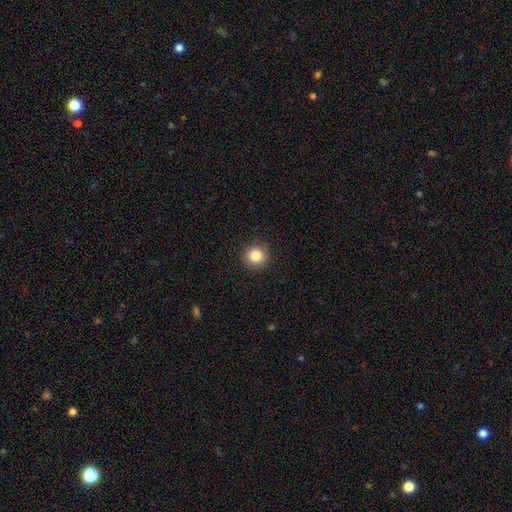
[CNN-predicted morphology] type=smooth (85%); roundness=round (92%); merging=none (91%).